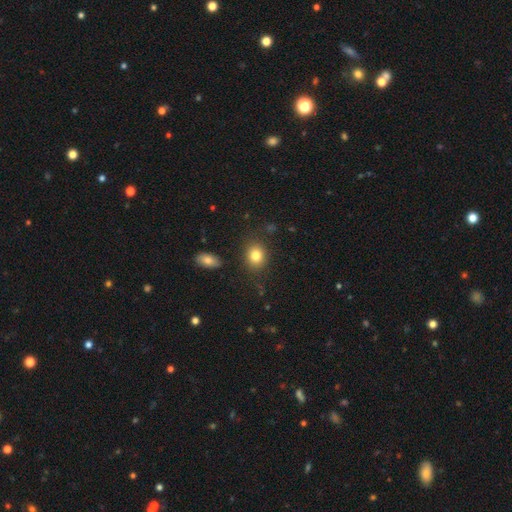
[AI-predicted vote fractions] smooth 82%, star or artifact 10%, featured or disk 8%. Down the decision tree: how rounded — round (58%); merging — none (85%).